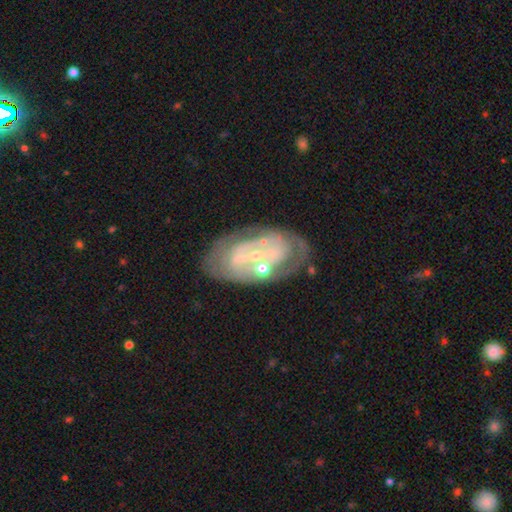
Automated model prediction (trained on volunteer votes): A featured or disk galaxy (75%) with no bar (51%), spiral arms (67%) and a small central bulge (70%). Merging: none (60%).